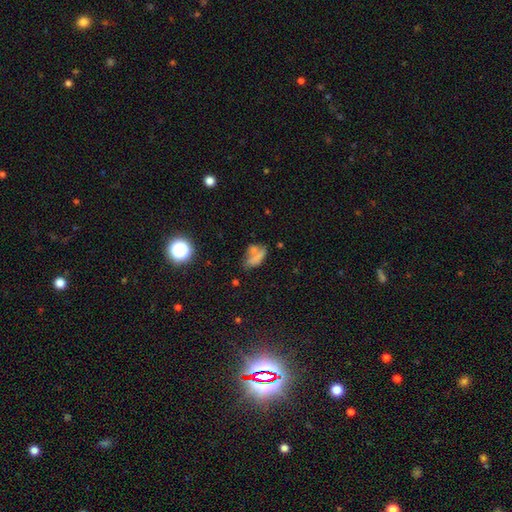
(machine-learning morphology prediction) smooth 58%, featured or disk 24%, star or artifact 18%. Down the decision tree: how rounded — in between (76%); merging — none (35%).